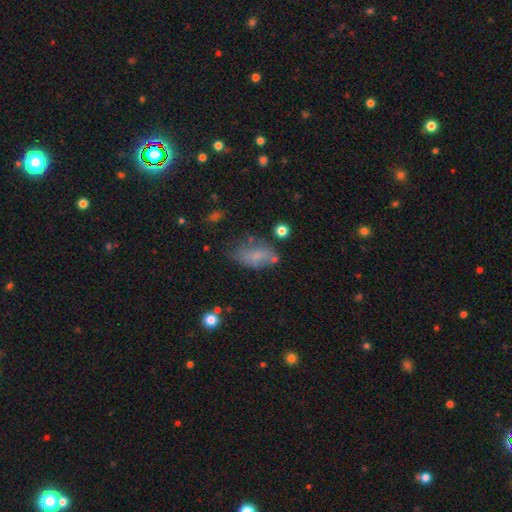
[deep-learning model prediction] This appears to be a smooth galaxy with no disk features (67%) that is in between round and cigar-shaped (89%). Merging: none (49%).